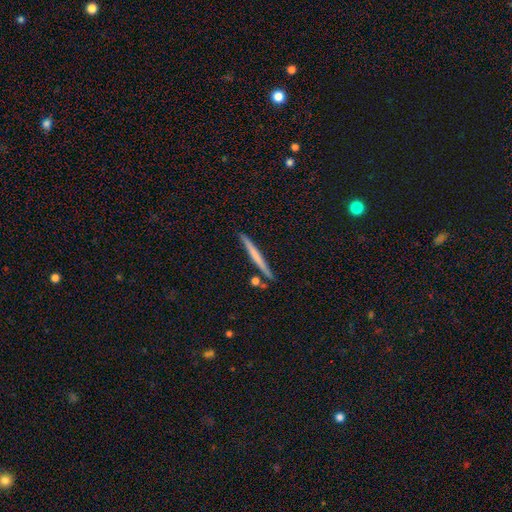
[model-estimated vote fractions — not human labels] smooth 54%, featured or disk 40%, star or artifact 6%. Down the decision tree: how rounded — cigar-shaped (97%); merging — none (86%).